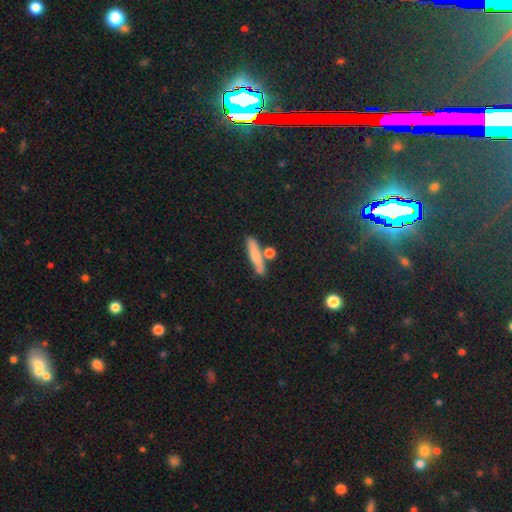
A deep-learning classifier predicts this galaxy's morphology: Smooth or featured: smooth — 73% (featured or disk — 17%)
How rounded: cigar-shaped — 79% (in between — 16%)
Merging: none — 74% (minor disturbance — 11%)